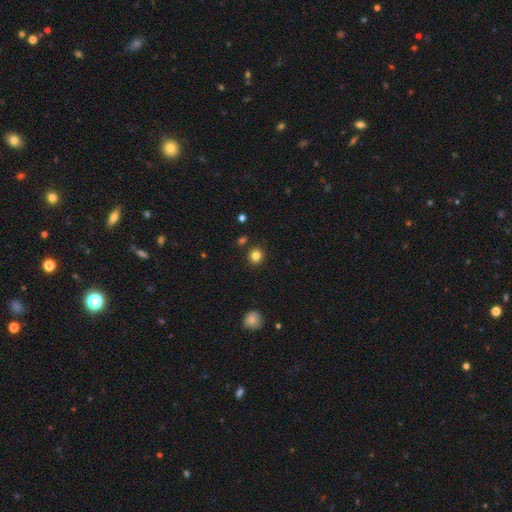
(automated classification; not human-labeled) The model was most divided on "how rounded": round: 85%, in between: 14%, cigar-shaped: 1%. More confident: merging — none (88%); smooth or featured — smooth (83%).